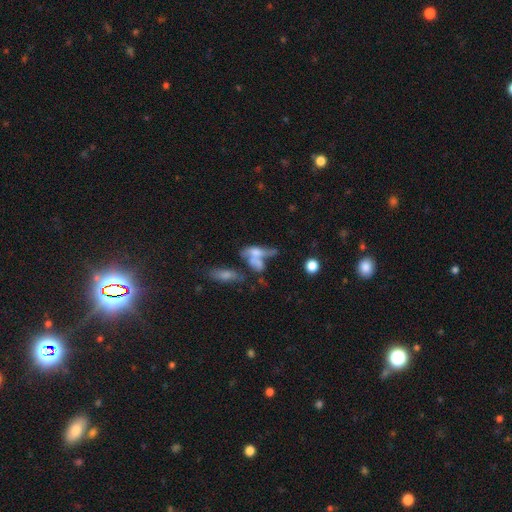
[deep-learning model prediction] Morphology: type=smooth (48%); merging=merger (49%).